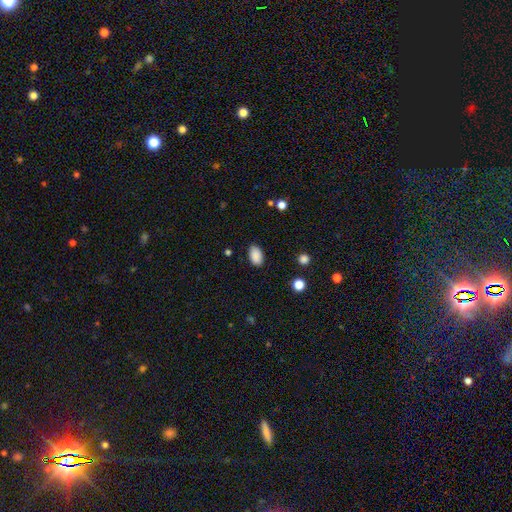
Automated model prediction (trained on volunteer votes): Overall: smooth (89%). How rounded: in between (92%). Merging: none (86%).